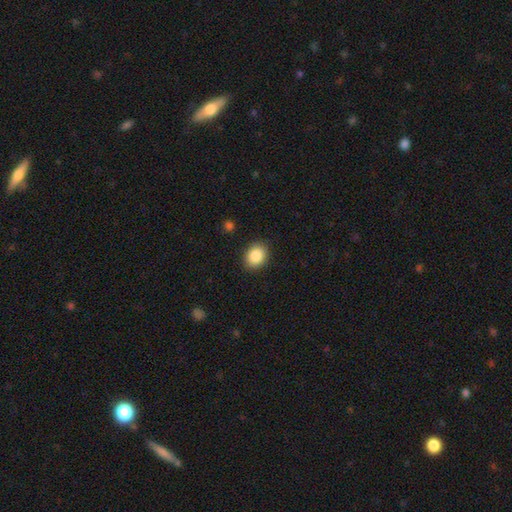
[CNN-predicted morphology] type=smooth (88%); roundness=in between (58%); merging=none (88%).